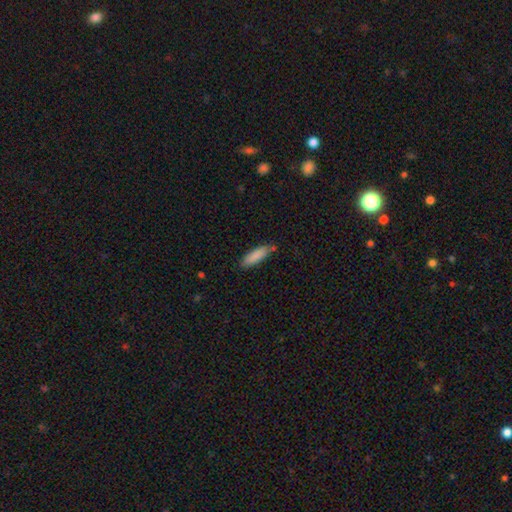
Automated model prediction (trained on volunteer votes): Smooth or featured?
  - smooth: 87% *
  - featured or disk: 7%
  - star or artifact: 6%
How rounded?
  - cigar-shaped: 53% *
  - in between: 46%
  - round: 1%
Merging?
  - none: 79% *
  - minor disturbance: 15%
  - merger: 4%
  - major disturbance: 3%